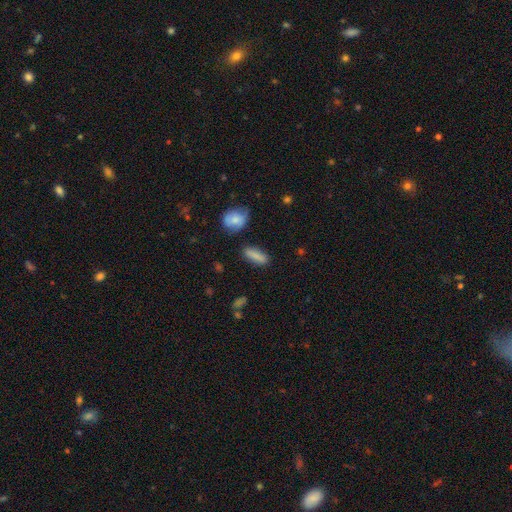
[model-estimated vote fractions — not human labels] This appears to be a smooth galaxy with no disk features (84%) that is in between round and cigar-shaped (49%). Merging: none (81%).